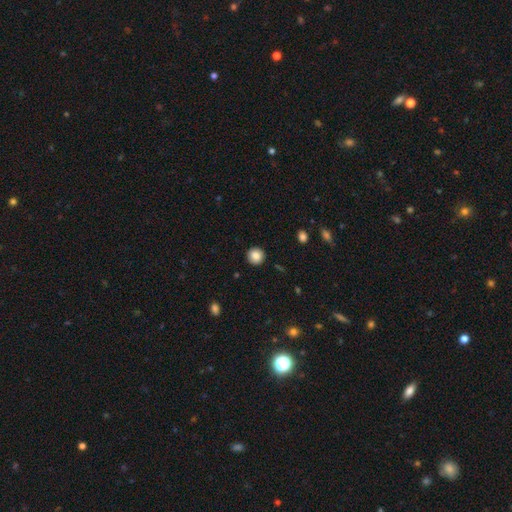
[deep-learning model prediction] A smooth galaxy with no disk features (86%) that is round (94%). Merging: none (92%).